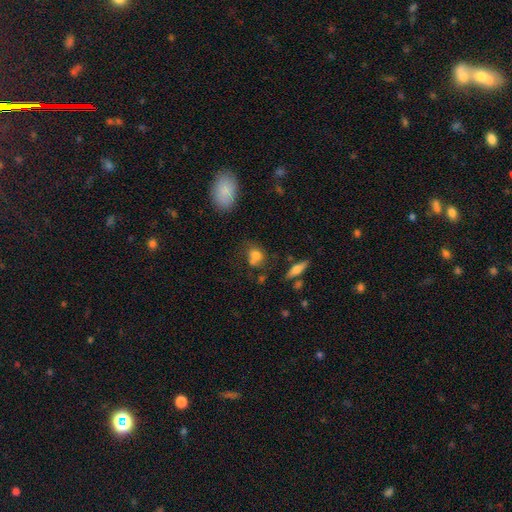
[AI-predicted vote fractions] The model was most divided on "how rounded": round: 49%, in between: 48%, cigar-shaped: 3%. Remaining: smooth or featured — smooth (74%); merging — none (48%).